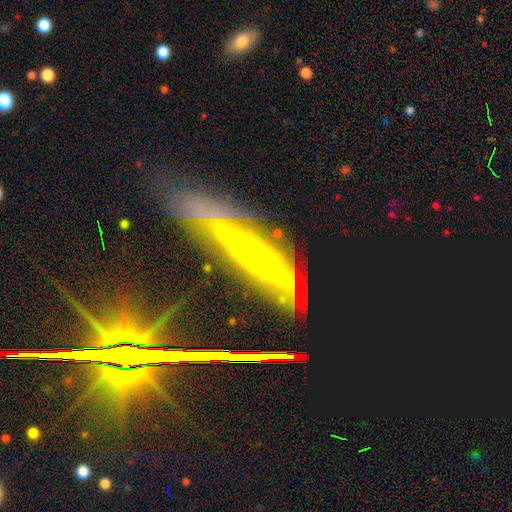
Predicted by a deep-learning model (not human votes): Overall: featured or disk (70%). Edge-on disk: no (62%; yes 38%). Merging: none (62%; minor disturbance 23%).